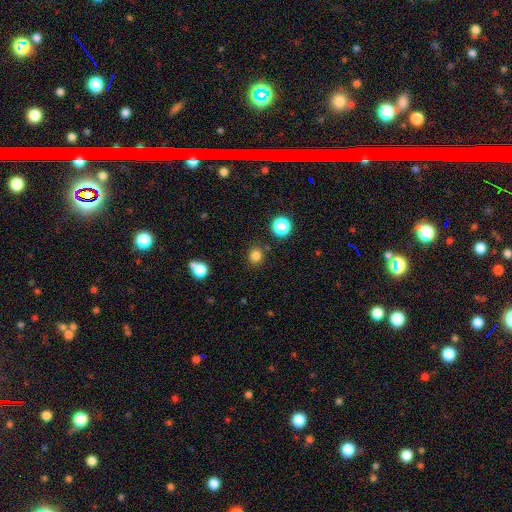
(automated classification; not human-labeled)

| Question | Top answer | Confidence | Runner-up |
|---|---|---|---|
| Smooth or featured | smooth | 81% | star or artifact (15%) |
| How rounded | round | 84% | in between (15%) |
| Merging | none | 86% | minor disturbance (8%) |